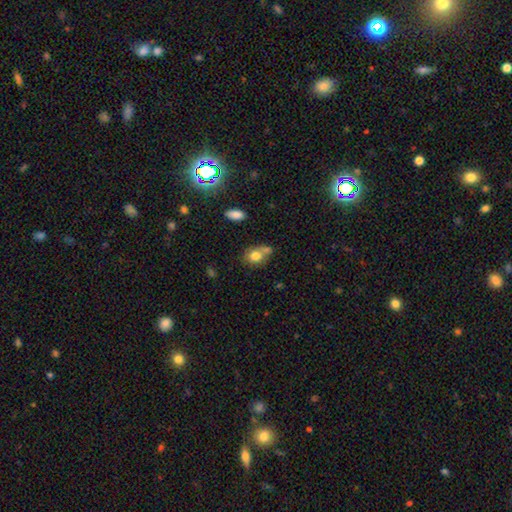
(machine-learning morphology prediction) Overall: smooth (77%). How rounded: in between (54%; round 44%). Merging: none (45%; merger 29%).